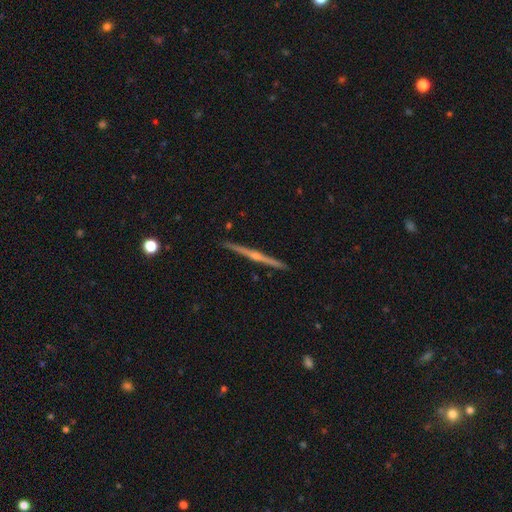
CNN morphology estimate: Smooth or featured?
  - featured or disk: 83% *
  - smooth: 12%
  - star or artifact: 5%
Edge-on disk?
  - yes: 99% *
  - no: 1%
Edge-on bulge?
  - rounded: 84% *
  - none: 11%
  - boxy: 4%
Merging?
  - none: 93% *
  - minor disturbance: 5%
  - merger: 1%
  - major disturbance: 1%